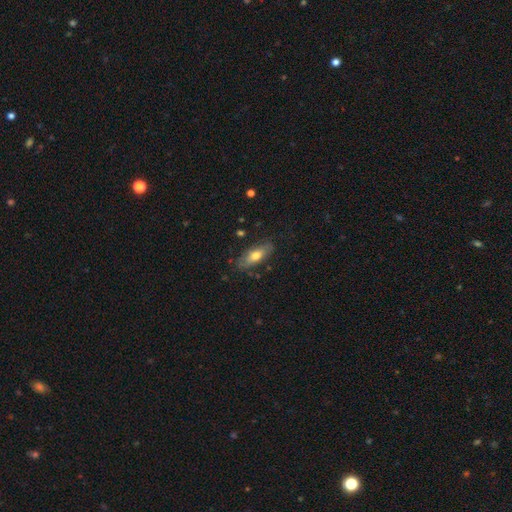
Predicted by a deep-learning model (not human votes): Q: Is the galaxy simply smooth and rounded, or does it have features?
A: smooth — 62%.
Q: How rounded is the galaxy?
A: in between — 68%.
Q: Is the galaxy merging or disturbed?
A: none — 79%.